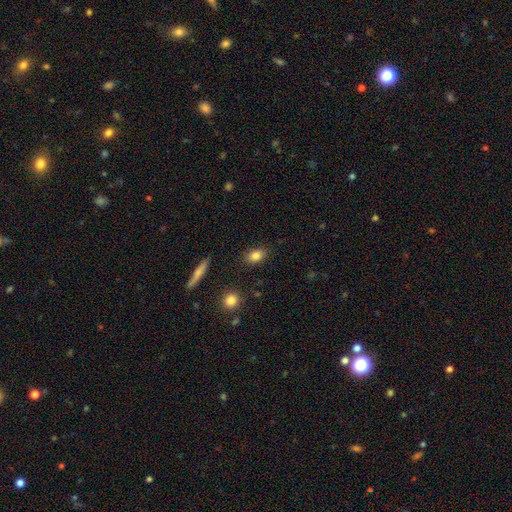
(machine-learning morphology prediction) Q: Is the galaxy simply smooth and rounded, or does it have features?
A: smooth — 83%.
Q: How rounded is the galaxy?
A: in between — 80%.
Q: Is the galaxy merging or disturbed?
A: none — 86%.